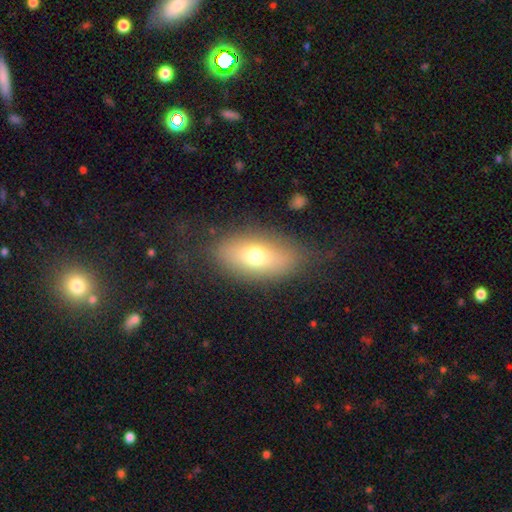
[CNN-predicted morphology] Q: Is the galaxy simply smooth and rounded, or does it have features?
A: smooth — 68%.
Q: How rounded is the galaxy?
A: in between — 87%.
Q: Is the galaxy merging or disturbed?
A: none — 71%.